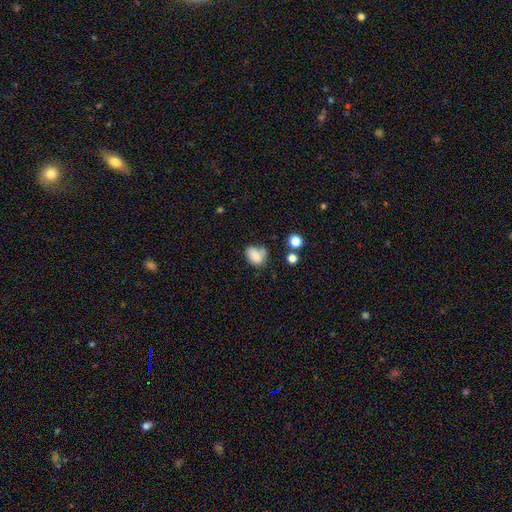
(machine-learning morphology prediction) This is likely a smooth galaxy (78%). How rounded: likely in between (66%). Merging: marginally none (42%).